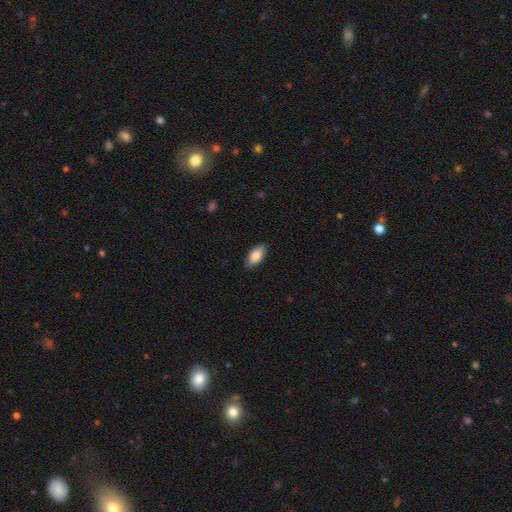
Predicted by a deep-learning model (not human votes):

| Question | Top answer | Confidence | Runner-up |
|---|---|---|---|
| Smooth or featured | smooth | 85% | featured or disk (9%) |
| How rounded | in between | 89% | cigar-shaped (9%) |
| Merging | none | 86% | minor disturbance (11%) |